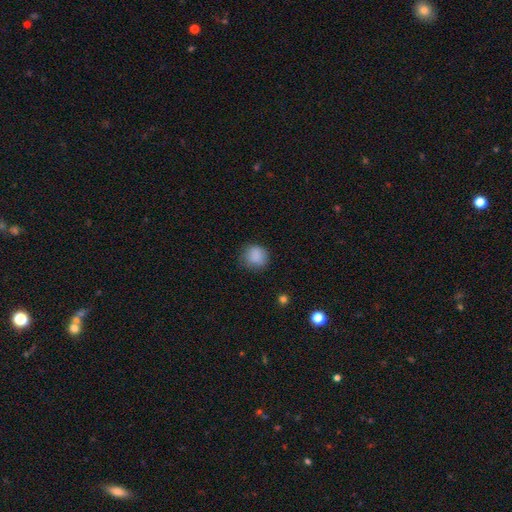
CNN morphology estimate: Smooth or featured? Predicted: smooth (p=0.86). How rounded? Predicted: round (p=0.82). Merging? Predicted: none (p=0.76).